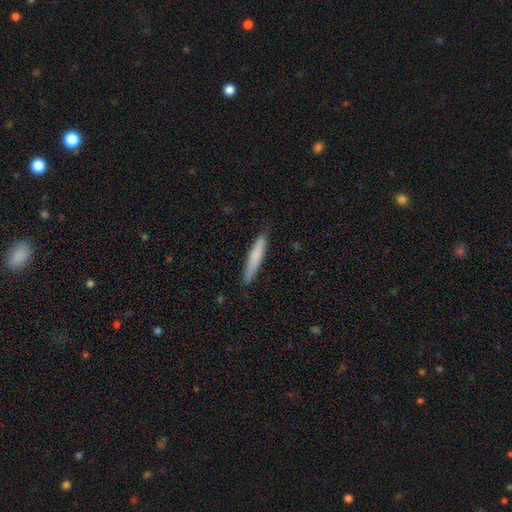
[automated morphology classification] Smooth or featured?
  - smooth: 74% *
  - featured or disk: 20%
  - star or artifact: 6%
How rounded?
  - cigar-shaped: 93% *
  - in between: 5%
  - round: 1%
Merging?
  - none: 88% *
  - minor disturbance: 10%
  - major disturbance: 2%
  - merger: 1%